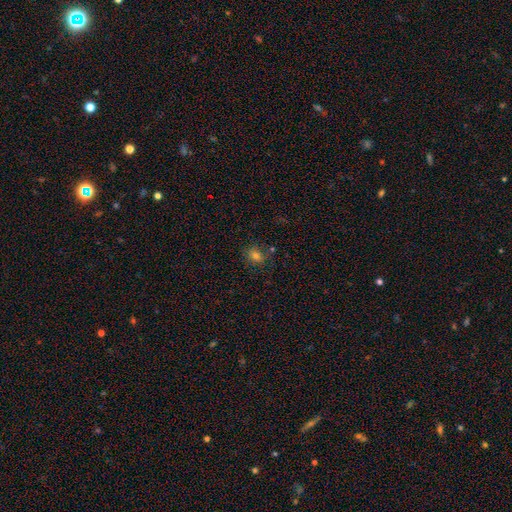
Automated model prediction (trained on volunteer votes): Q: Smooth or featured?
A: smooth (75%); runner-up: star or artifact (16%)
Q: How rounded?
A: round (50%); runner-up: in between (49%)
Q: Merging?
A: none (79%); runner-up: minor disturbance (12%)